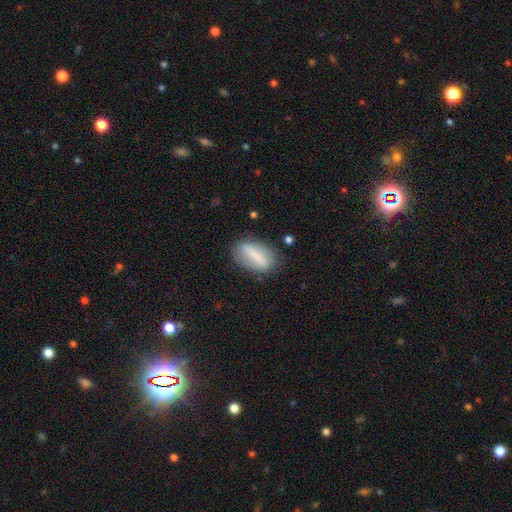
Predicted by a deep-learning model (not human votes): smooth-or-featured: smooth: 65% | featured or disk: 27% | star or artifact: 8%
  how-rounded: in between: 75% | cigar-shaped: 19% | round: 6%
  merging: none: 75% | minor disturbance: 16% | major disturbance: 6% | merger: 3%